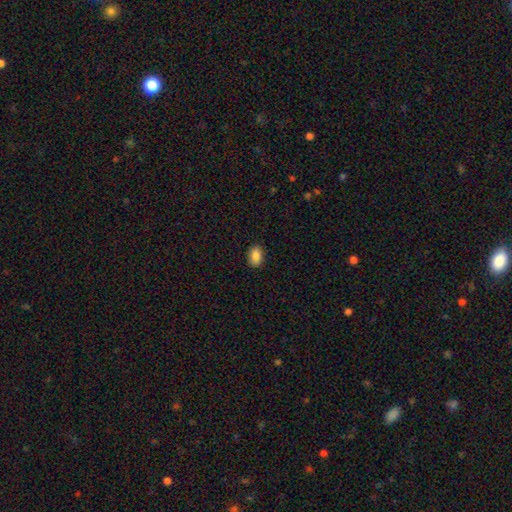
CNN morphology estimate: The model was most divided on "how rounded": in between: 84%, round: 14%, cigar-shaped: 2%. More confident: merging — none (88%); smooth or featured — smooth (87%).